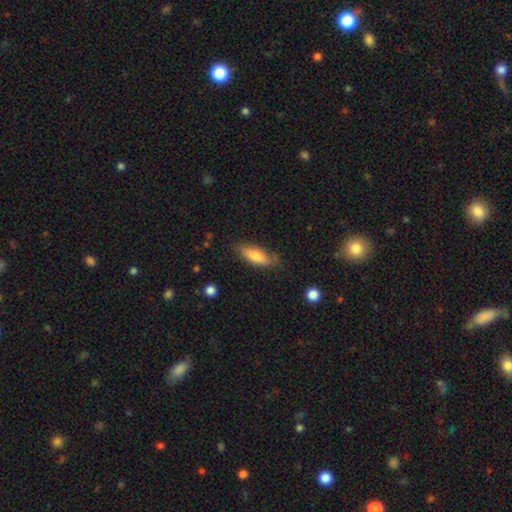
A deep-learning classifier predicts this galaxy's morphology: smooth_or_featured: smooth (p=0.75) [alt: featured or disk p=0.19]
how_rounded: in between (p=0.66) [alt: cigar-shaped p=0.32]
merging: none (p=0.73) [alt: minor disturbance p=0.21]